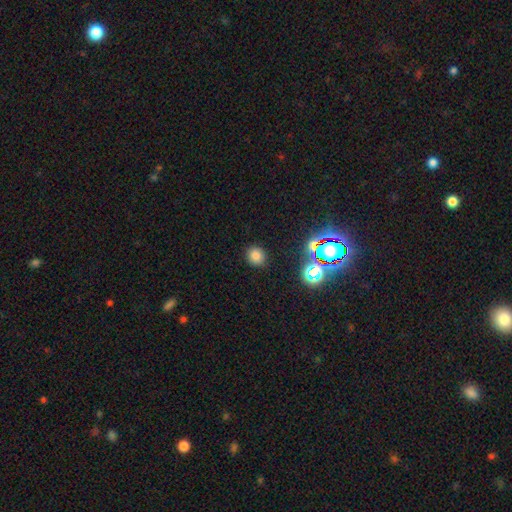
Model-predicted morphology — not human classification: This appears to be a smooth galaxy with no disk features (77%) that is round (83%). Merging: none (89%).